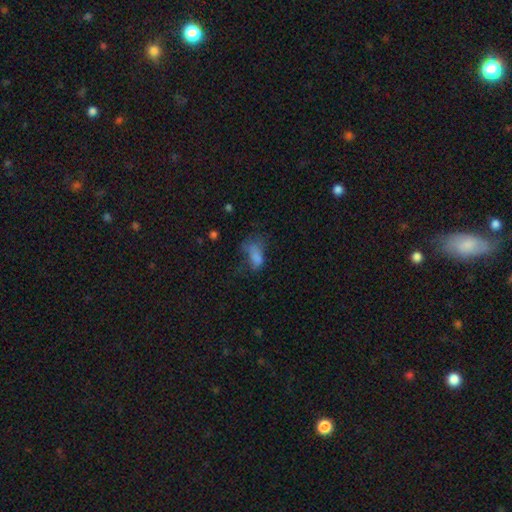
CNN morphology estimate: A smooth galaxy with no disk features (67%) that is in between round and cigar-shaped (88%).

Vote fractions:
- Smooth or featured? smooth: 67% / featured or disk: 18% / star or artifact: 15%
- How rounded? in between: 88% / round: 8% / cigar-shaped: 4%
- Merging? major disturbance: 46% / none: 25% / minor disturbance: 23% / merger: 6%